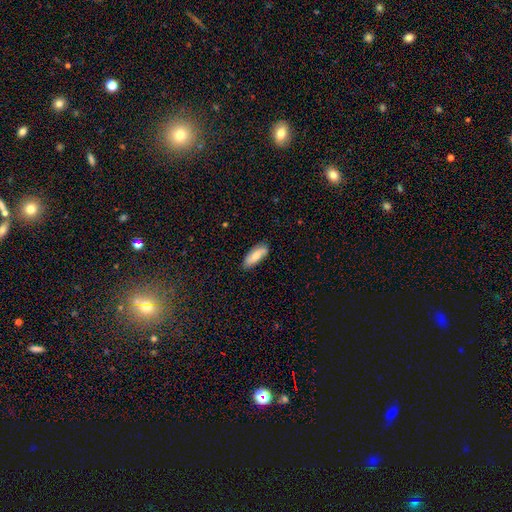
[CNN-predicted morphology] Overall: smooth (63%; featured or disk 31%). How rounded: in between (75%). Merging: none (83%).